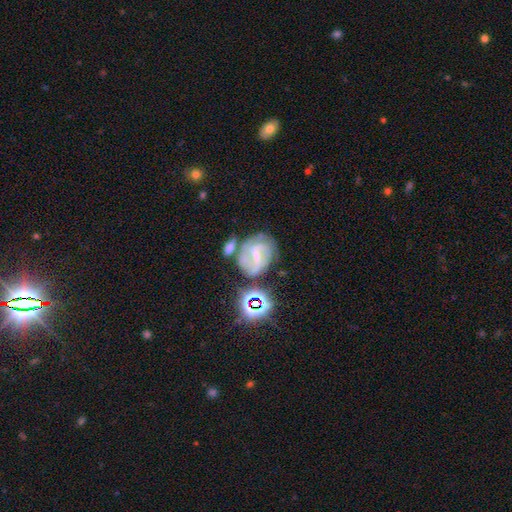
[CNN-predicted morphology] Q: Smooth or featured?
A: featured or disk (77%); runner-up: smooth (12%)
Q: Edge-on disk?
A: no (97%); runner-up: yes (3%)
Q: Bar?
A: weak (48%); runner-up: strong (36%)
Q: Spiral arms?
A: yes (91%); runner-up: no (9%)
Q: Spiral winding?
A: medium (44%); runner-up: tight (42%)
Q: Spiral arm count?
A: 2 (45%); runner-up: can't tell (24%)
Q: Bulge size?
A: small (57%); runner-up: moderate (25%)
Q: Merging?
A: none (54%); runner-up: minor disturbance (20%)